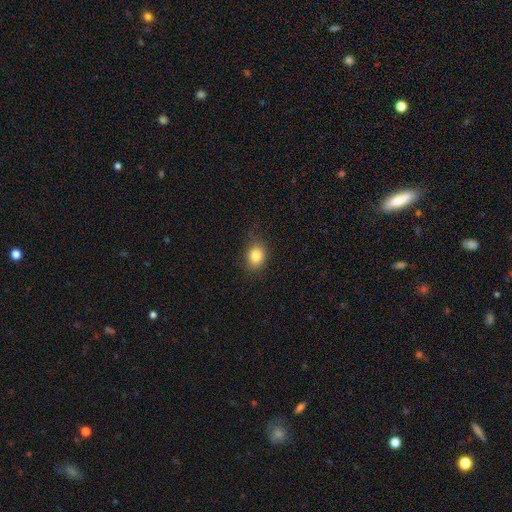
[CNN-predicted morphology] smooth_or_featured: smooth (p=0.84) [alt: star or artifact p=0.10]
how_rounded: in between (p=0.55) [alt: round p=0.43]
merging: none (p=0.77) [alt: minor disturbance p=0.17]